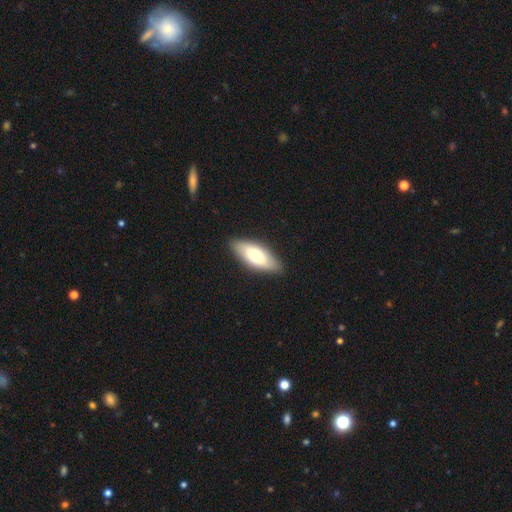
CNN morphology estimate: Q: Smooth or featured?
A: smooth (67%); runner-up: featured or disk (27%)
Q: How rounded?
A: in between (79%); runner-up: cigar-shaped (19%)
Q: Merging?
A: none (86%); runner-up: minor disturbance (11%)